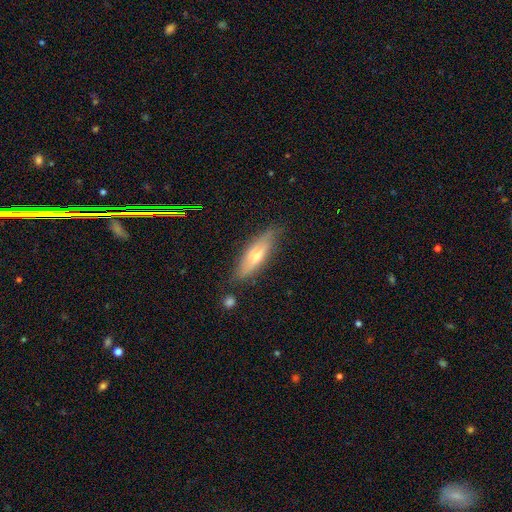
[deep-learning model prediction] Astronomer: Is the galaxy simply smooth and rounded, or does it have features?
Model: featured or disk — 49% (runner-up: smooth, 44%).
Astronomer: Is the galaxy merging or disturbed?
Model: none — 79%.